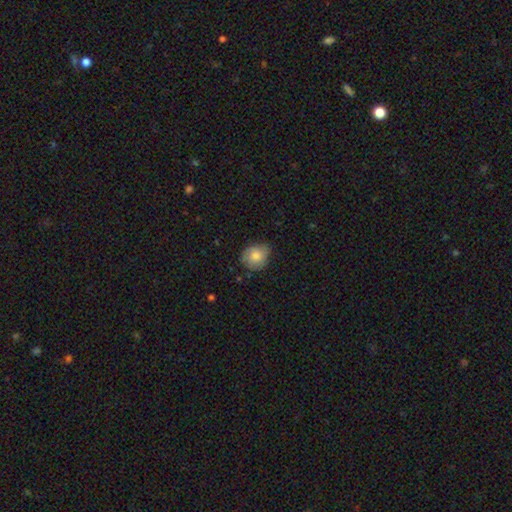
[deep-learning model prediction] Q: Smooth or featured?
A: smooth (79%); runner-up: featured or disk (13%)
Q: How rounded?
A: round (72%); runner-up: in between (27%)
Q: Merging?
A: none (67%); runner-up: minor disturbance (27%)